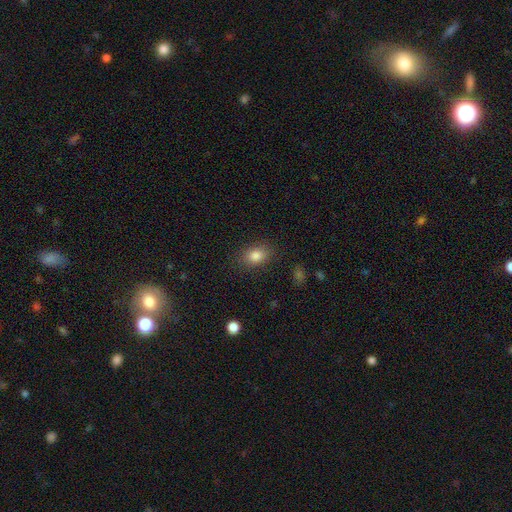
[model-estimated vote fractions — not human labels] This is clearly a smooth galaxy (83%). How rounded: likely in between (72%). Merging: clearly none (84%).